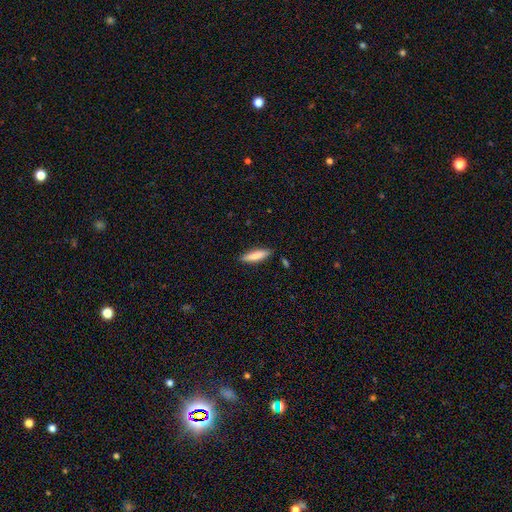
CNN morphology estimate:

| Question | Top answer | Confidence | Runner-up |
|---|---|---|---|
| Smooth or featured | smooth | 82% | featured or disk (12%) |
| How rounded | cigar-shaped | 69% | in between (29%) |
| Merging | none | 86% | minor disturbance (10%) |